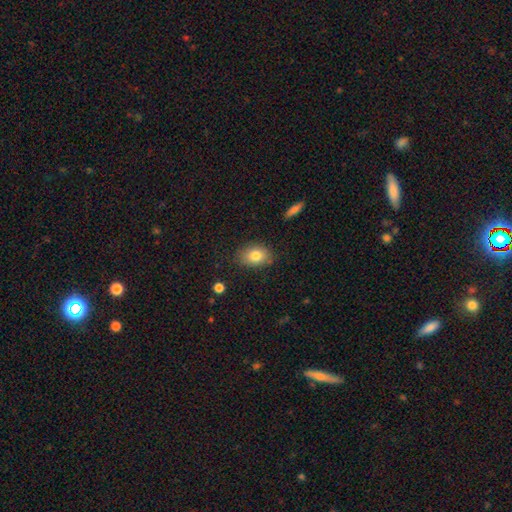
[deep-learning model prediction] Overall: smooth (81%). How rounded: in between (76%). Merging: none (82%).